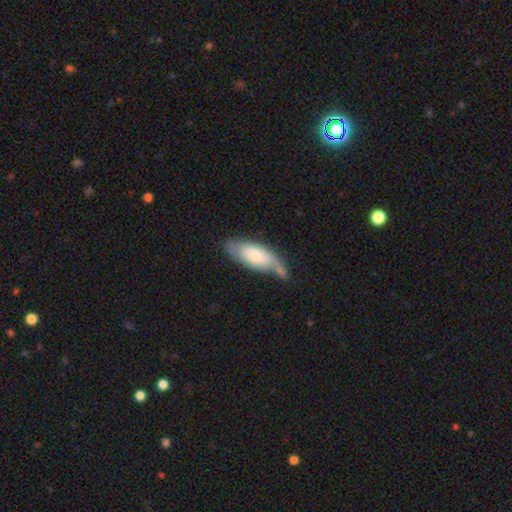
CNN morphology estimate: Smooth or featured: smooth — 58% (featured or disk — 37%)
How rounded: in between — 82% (cigar-shaped — 16%)
Merging: none — 44% (minor disturbance — 30%)